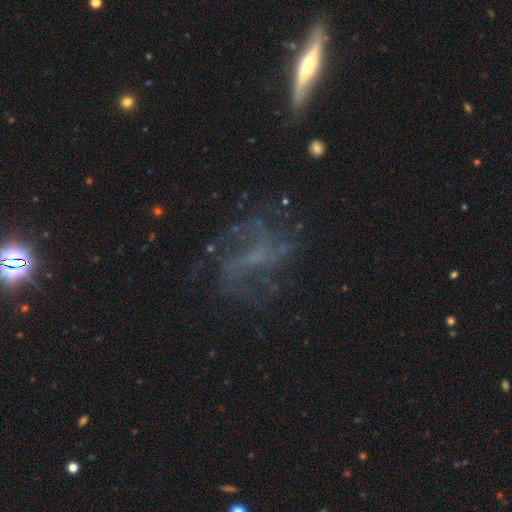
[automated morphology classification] type=featured or disk (70%); edge-on=no (91%); bar=no (48%); spiral arms=yes (75%); bulge=none (58%); merging=none (60%).